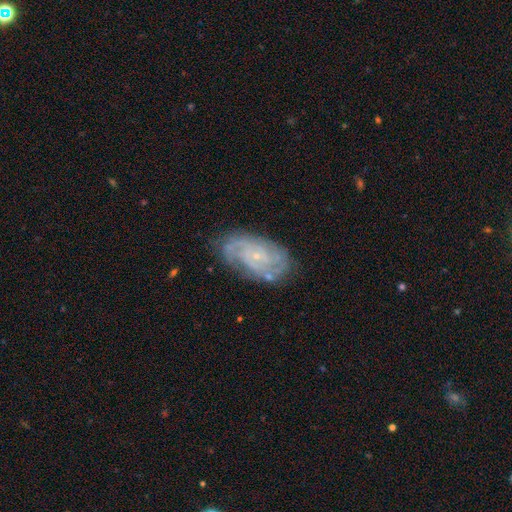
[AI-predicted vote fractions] smooth_or_featured: featured or disk (p=0.82) [alt: smooth p=0.11]
disk_edge_on: no (p=0.96) [alt: yes p=0.04]
bar: no (p=0.68) [alt: weak p=0.27]
has_spiral_arms: yes (p=0.95) [alt: no p=0.05]
spiral_winding: tight (p=0.62) [alt: medium p=0.31]
spiral_arm_count: can't tell (p=0.29) [alt: 2 p=0.27]
bulge_size: small (p=0.80) [alt: moderate p=0.12]
merging: none (p=0.75) [alt: minor disturbance p=0.18]